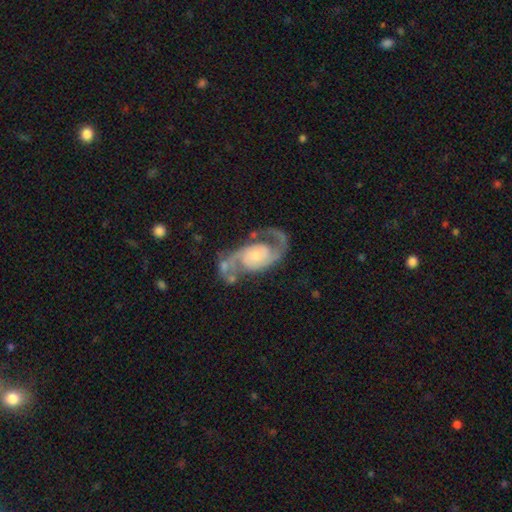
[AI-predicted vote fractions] Smooth or featured?
  - featured or disk: 91% *
  - star or artifact: 5%
  - smooth: 5%
Edge-on disk?
  - no: 97% *
  - yes: 3%
Bar?
  - no: 67% *
  - weak: 25%
  - strong: 8%
Spiral arms?
  - yes: 97% *
  - no: 3%
Spiral winding?
  - medium: 53% *
  - loose: 24%
  - tight: 23%
Spiral arm count?
  - 2: 93% *
  - can't tell: 2%
  - 1: 2%
  - 3: 2%
  - 4: 1%
  - more than 4: 1%
Bulge size?
  - small: 53% *
  - moderate: 37%
  - large: 5%
  - none: 3%
  - dominant: 1%
Merging?
  - none: 67% *
  - minor disturbance: 16%
  - major disturbance: 11%
  - merger: 5%